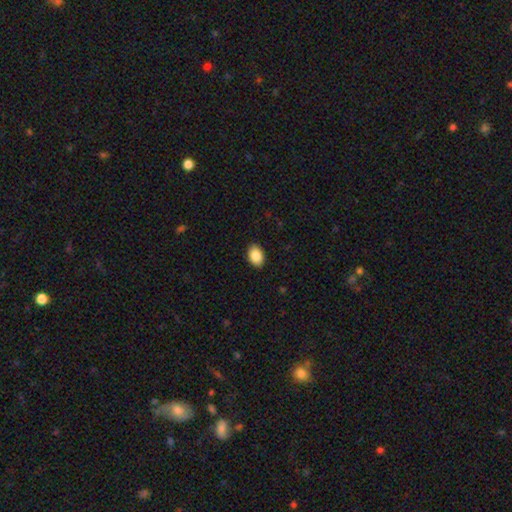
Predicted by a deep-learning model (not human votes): Smooth or featured: smooth — 88% (star or artifact — 7%)
How rounded: in between — 88% (round — 11%)
Merging: none — 90% (minor disturbance — 8%)